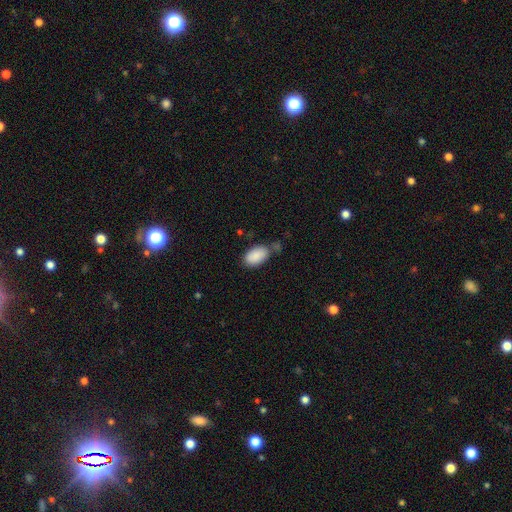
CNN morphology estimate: smooth-or-featured: smooth: 89% | star or artifact: 7% | featured or disk: 5%
  how-rounded: in between: 94% | round: 5% | cigar-shaped: 2%
  merging: none: 60% | minor disturbance: 21% | merger: 13% | major disturbance: 6%